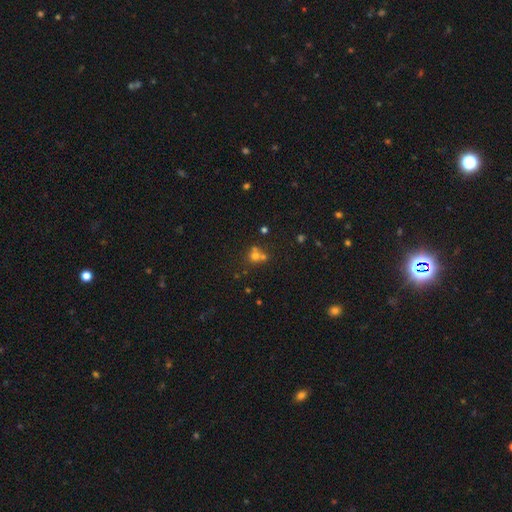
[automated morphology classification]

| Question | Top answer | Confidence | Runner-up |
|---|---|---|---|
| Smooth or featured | smooth | 62% | star or artifact (22%) |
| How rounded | round | 83% | in between (16%) |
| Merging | merger | 44% | tied: none (44%) |